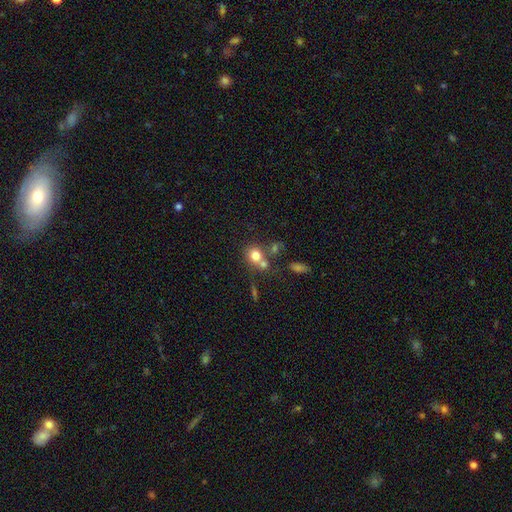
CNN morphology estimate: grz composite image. It shows a smooth galaxy with no disk features (75%) that is round (75%). Merging: none (45%).